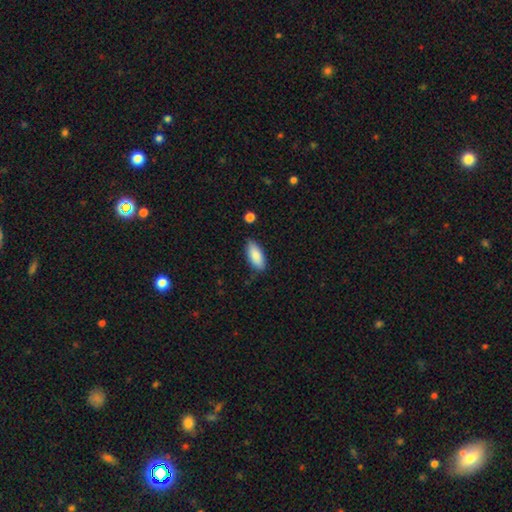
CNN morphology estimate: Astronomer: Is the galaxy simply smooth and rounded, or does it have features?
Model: smooth — 86%.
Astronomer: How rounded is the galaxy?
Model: in between — 85%.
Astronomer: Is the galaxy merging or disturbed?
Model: none — 79%.